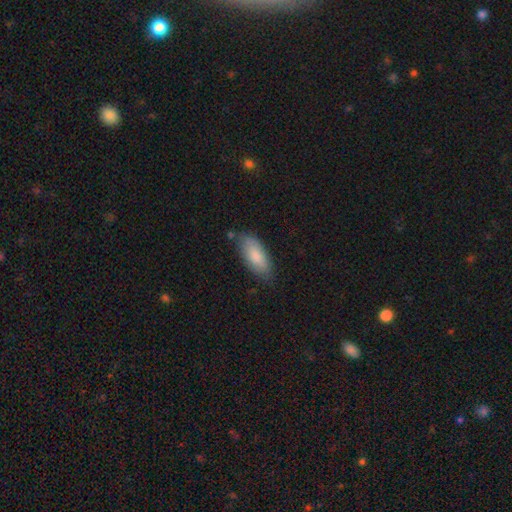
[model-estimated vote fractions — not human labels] Morphology: type=smooth (83%); roundness=in between (84%); merging=none (74%).